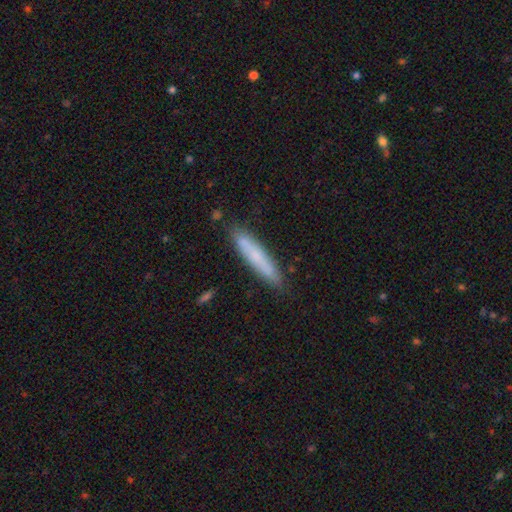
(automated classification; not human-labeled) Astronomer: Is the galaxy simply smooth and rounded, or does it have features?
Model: smooth — 66%.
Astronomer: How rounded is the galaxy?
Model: cigar-shaped — 91%.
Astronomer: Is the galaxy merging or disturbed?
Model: none — 84%.